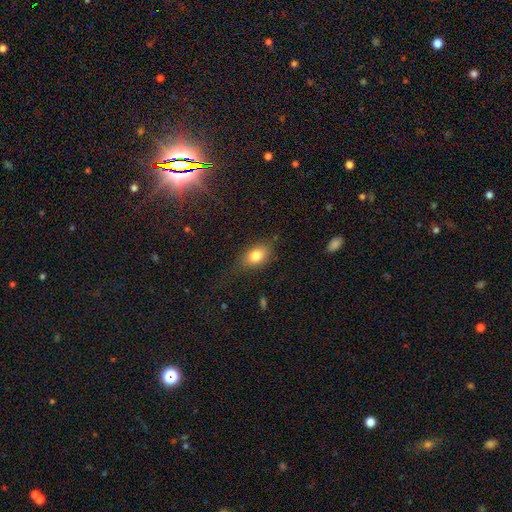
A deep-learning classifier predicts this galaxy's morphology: A smooth galaxy with no disk features (79%) that is in between round and cigar-shaped (80%). Merging: none (69%).